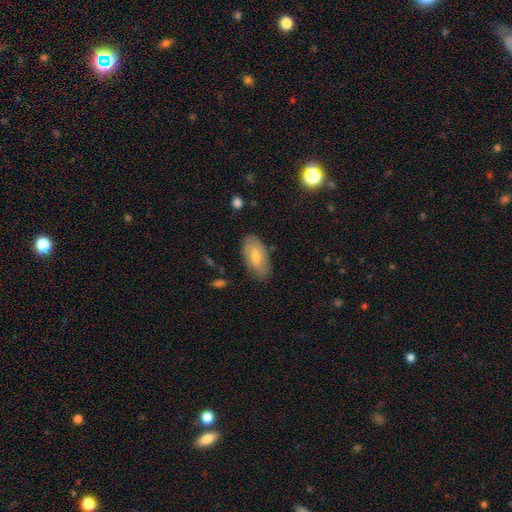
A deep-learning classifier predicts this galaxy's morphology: This is likely a smooth galaxy (73%). How rounded: clearly in between (93%). Merging: likely none (79%).